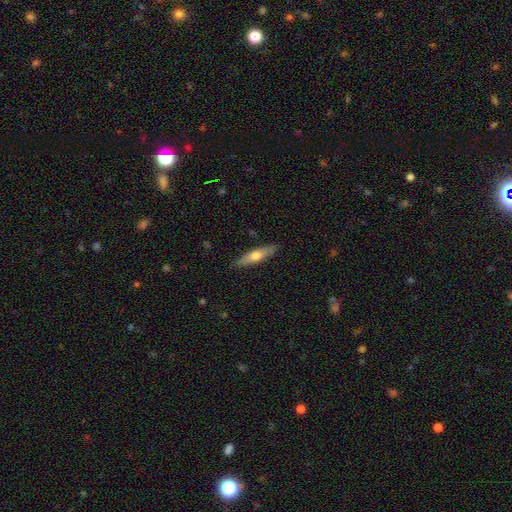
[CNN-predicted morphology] Smooth or featured: smooth — 55% (featured or disk — 40%)
How rounded: cigar-shaped — 72% (in between — 26%)
Merging: none — 88% (minor disturbance — 9%)